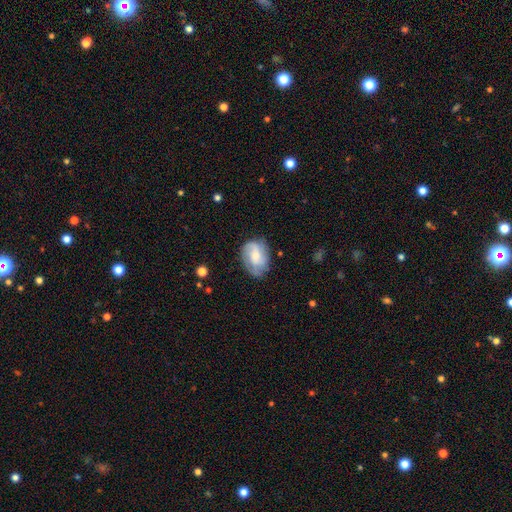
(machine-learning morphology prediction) Smooth or featured? featured or disk (54%)
Edge-on disk? no (97%)
Bar? no (55%)
Spiral arms? yes (86%)
Bulge size? moderate (39%)
Merging? none (65%)